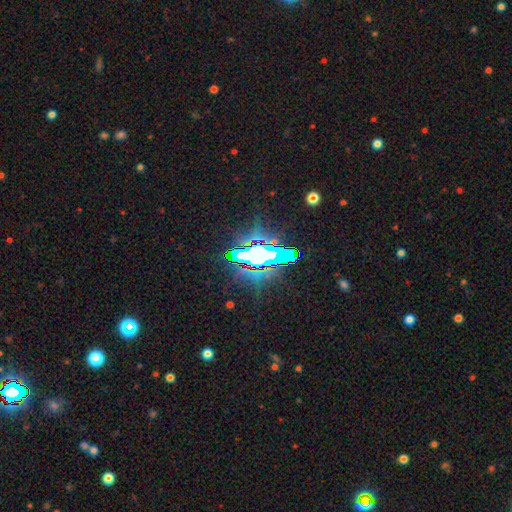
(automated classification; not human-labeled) Smooth or featured: star or artifact — 72% (smooth — 14%)